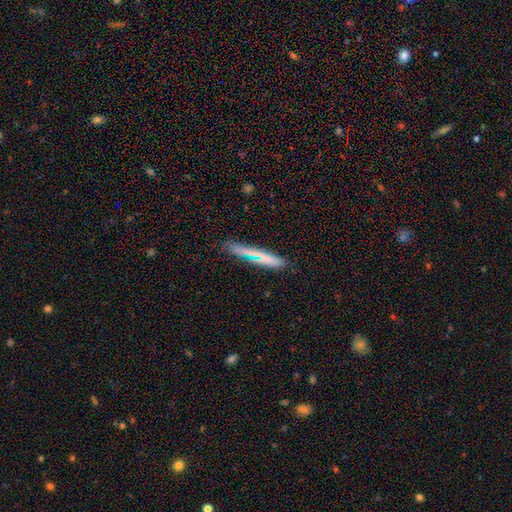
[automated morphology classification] Overall: smooth (60%; featured or disk 31%). How rounded: cigar-shaped (92%). Merging: none (80%).